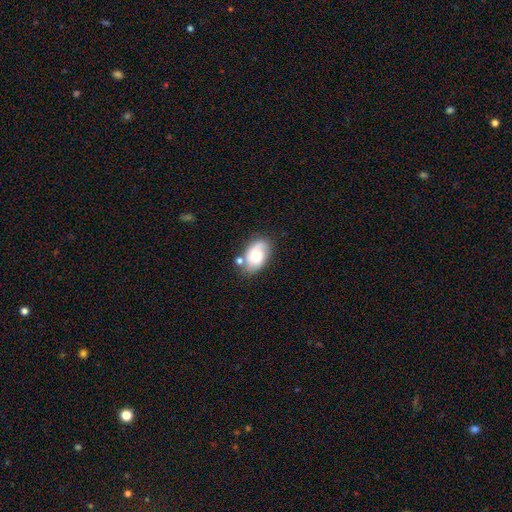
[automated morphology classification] Overall: smooth (50%; featured or disk 42%). How rounded: in between (87%). Merging: none (58%; minor disturbance 23%).